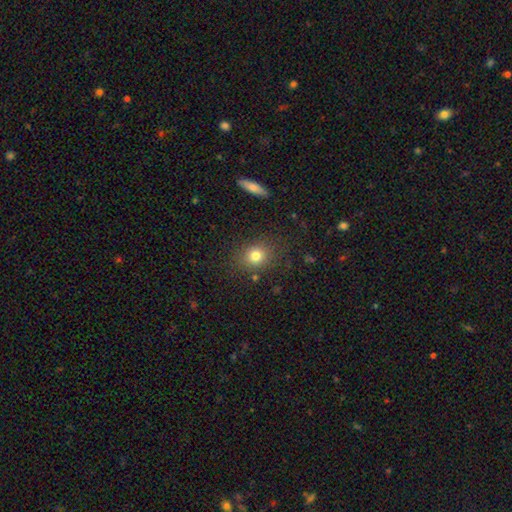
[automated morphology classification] Q: Smooth or featured?
A: smooth (78%); runner-up: star or artifact (13%)
Q: How rounded?
A: round (72%); runner-up: in between (27%)
Q: Merging?
A: none (83%); runner-up: minor disturbance (10%)